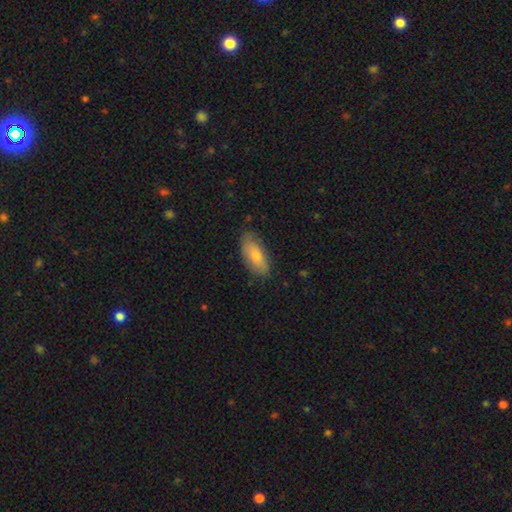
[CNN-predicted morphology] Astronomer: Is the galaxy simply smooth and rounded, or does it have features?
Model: smooth — 74%.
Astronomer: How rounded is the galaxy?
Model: in between — 83%.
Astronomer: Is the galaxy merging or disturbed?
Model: none — 78%.